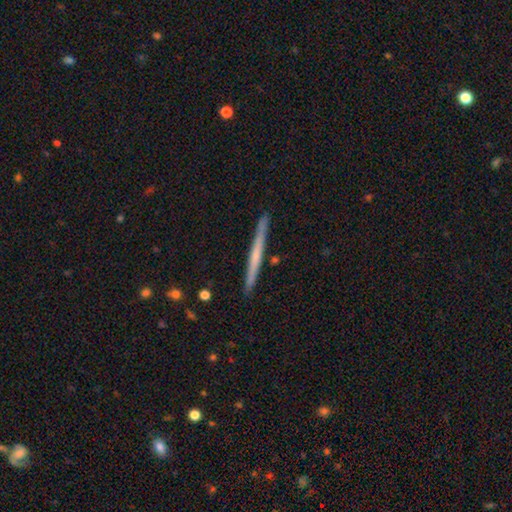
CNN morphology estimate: Smooth or featured? featured or disk (50%)
Merging? none (91%)